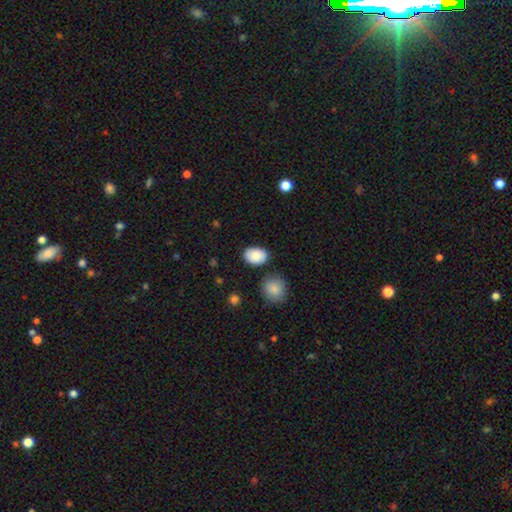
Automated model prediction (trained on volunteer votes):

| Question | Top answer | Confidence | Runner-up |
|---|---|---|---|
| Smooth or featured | smooth | 85% | featured or disk (8%) |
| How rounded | in between | 81% | round (18%) |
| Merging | none | 82% | minor disturbance (12%) |